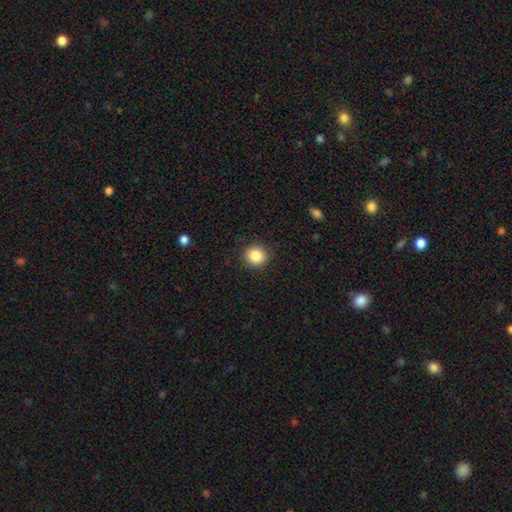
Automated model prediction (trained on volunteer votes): Smooth or featured? smooth (85%)
How rounded? round (89%)
Merging? none (91%)